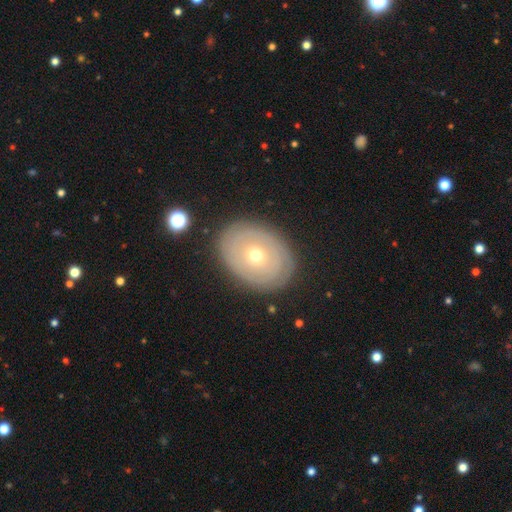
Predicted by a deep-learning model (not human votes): Smooth or featured: featured or disk — 62% (smooth — 30%)
Edge-on disk: no — 94% (yes — 6%)
Bar: no — 87% (weak — 10%)
Spiral arms: yes — 53% (no — 47%)
Bulge size: small — 57% (moderate — 39%)
Merging: none — 84% (minor disturbance — 11%)